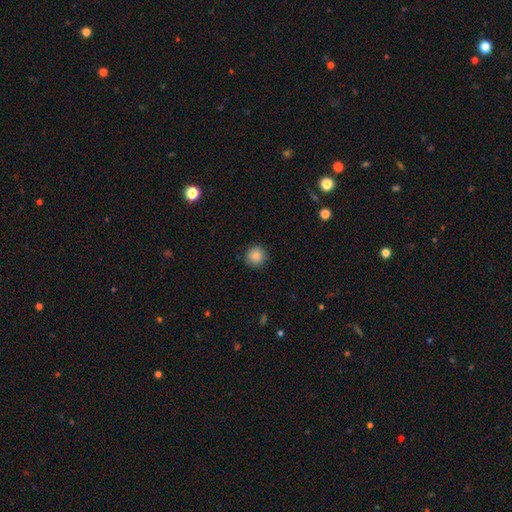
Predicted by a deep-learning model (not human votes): Smooth or featured?
  - smooth: 85% *
  - star or artifact: 10%
  - featured or disk: 5%
How rounded?
  - round: 95% *
  - in between: 4%
  - cigar-shaped: 1%
Merging?
  - none: 90% *
  - minor disturbance: 7%
  - major disturbance: 2%
  - merger: 1%